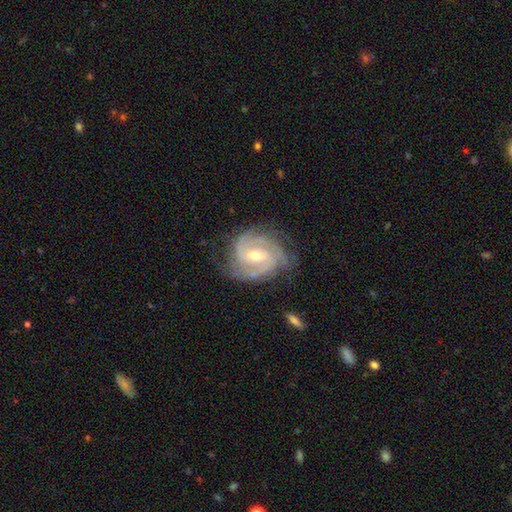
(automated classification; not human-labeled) This is clearly a featured or disk galaxy (90%). It is clearly not viewed edge-on (97%). Bar: possibly weak (51%). Spiral arm pattern: clearly yes (98%). Spiral arm count: marginally 3 (34%, tied with 2). Spiral winding: possibly tight (57%). Central bulge: possibly moderate (51%). Merging: likely none (72%).